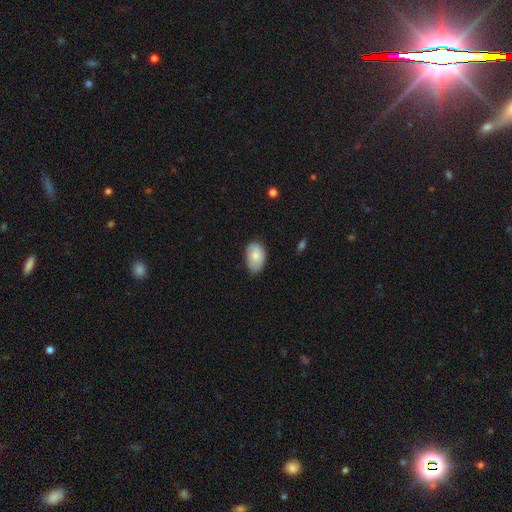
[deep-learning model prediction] smooth-or-featured: smooth: 81% | featured or disk: 12% | star or artifact: 6%
  how-rounded: in between: 91% | round: 8% | cigar-shaped: 1%
  merging: none: 70% | minor disturbance: 25% | major disturbance: 4% | merger: 1%